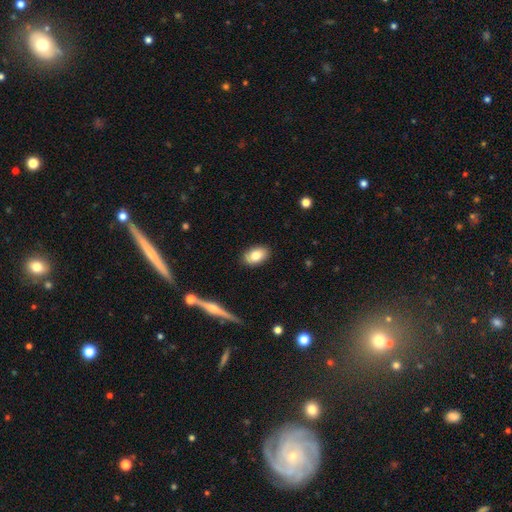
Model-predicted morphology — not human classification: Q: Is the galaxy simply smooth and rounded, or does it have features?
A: smooth — 81%.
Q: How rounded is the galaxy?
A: in between — 90%.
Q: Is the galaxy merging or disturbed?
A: none — 89%.